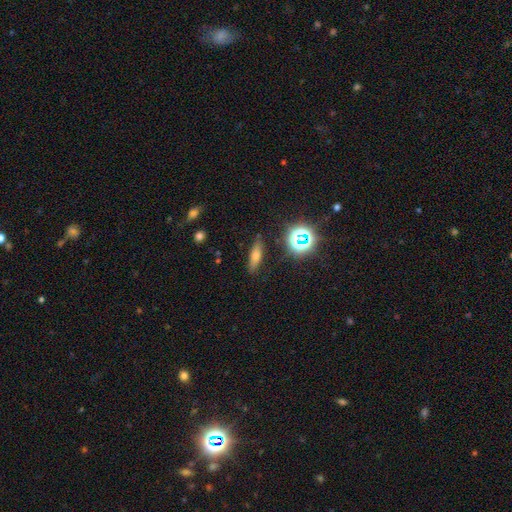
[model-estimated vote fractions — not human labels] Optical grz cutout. It shows a smooth galaxy with no disk features (56%) that is cigar-shaped (47%). Merging: none (86%).